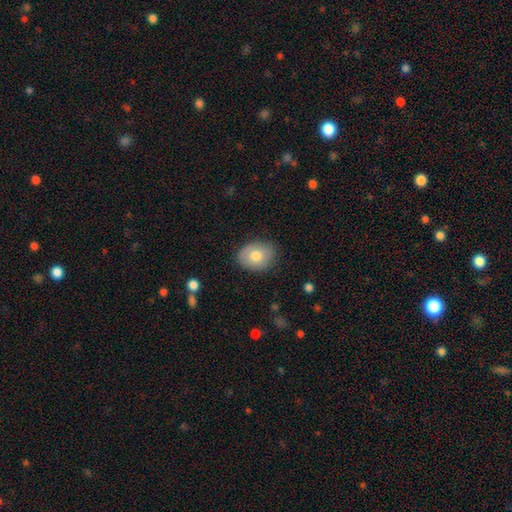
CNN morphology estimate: Overall: smooth (75%). How rounded: in between (57%; round 42%). Merging: none (81%).